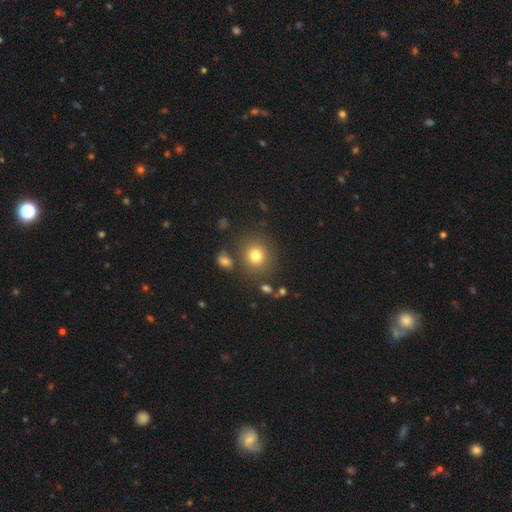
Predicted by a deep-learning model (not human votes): Q: Smooth or featured?
A: smooth (78%); runner-up: star or artifact (14%)
Q: How rounded?
A: round (85%); runner-up: in between (14%)
Q: Merging?
A: none (80%); runner-up: minor disturbance (9%)